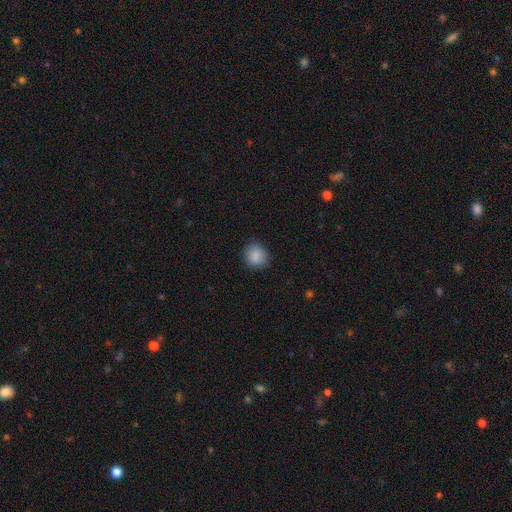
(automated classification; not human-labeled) Smooth or featured?
  - smooth: 87% *
  - star or artifact: 8%
  - featured or disk: 5%
How rounded?
  - round: 76% *
  - in between: 23%
  - cigar-shaped: 1%
Merging?
  - none: 82% *
  - minor disturbance: 13%
  - major disturbance: 3%
  - merger: 1%